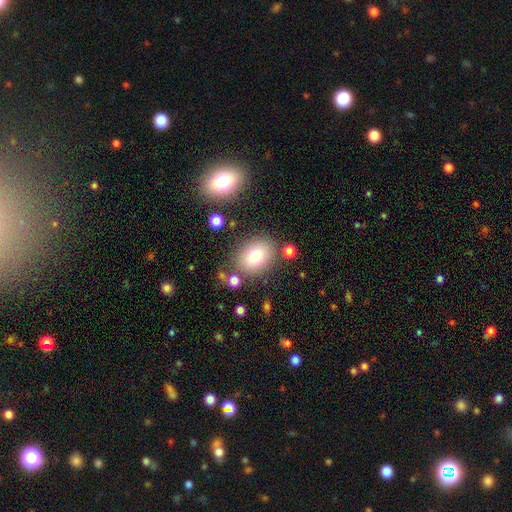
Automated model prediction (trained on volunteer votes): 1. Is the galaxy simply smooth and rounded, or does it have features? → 78% smooth, 11% featured or disk, 10% star or artifact.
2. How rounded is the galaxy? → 64% in between, 35% round, 1% cigar-shaped.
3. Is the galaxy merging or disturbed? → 78% none, 12% minor disturbance, 6% merger, 4% major disturbance.